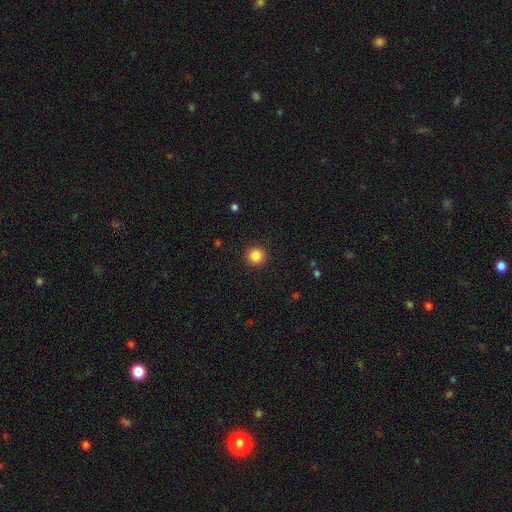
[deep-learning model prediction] This appears to be a smooth galaxy with no disk features (86%) that is round (95%). Merging: none (92%).